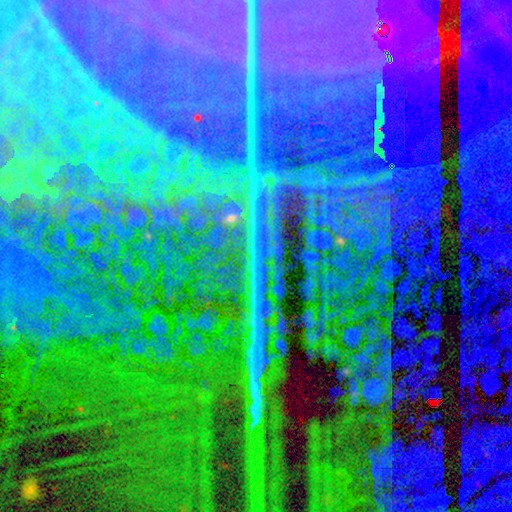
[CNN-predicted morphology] A star or artifact, not a galaxy (87%).

Vote fractions:
- Smooth or featured? star or artifact: 87% / featured or disk: 7% / smooth: 5%